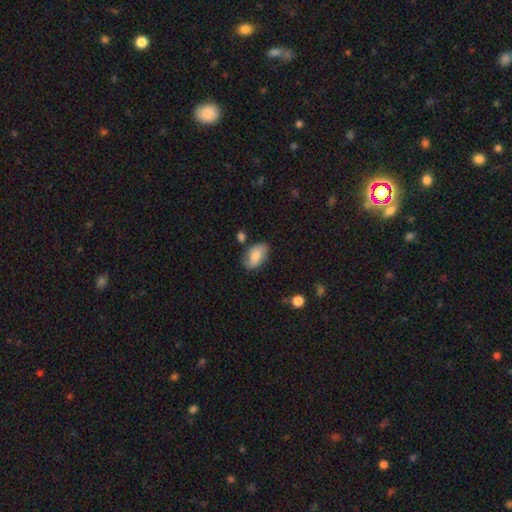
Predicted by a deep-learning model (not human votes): Smooth or featured?
  - smooth: 73% *
  - featured or disk: 19%
  - star or artifact: 7%
How rounded?
  - in between: 91% *
  - round: 7%
  - cigar-shaped: 2%
Merging?
  - none: 68% *
  - minor disturbance: 22%
  - major disturbance: 5%
  - merger: 5%